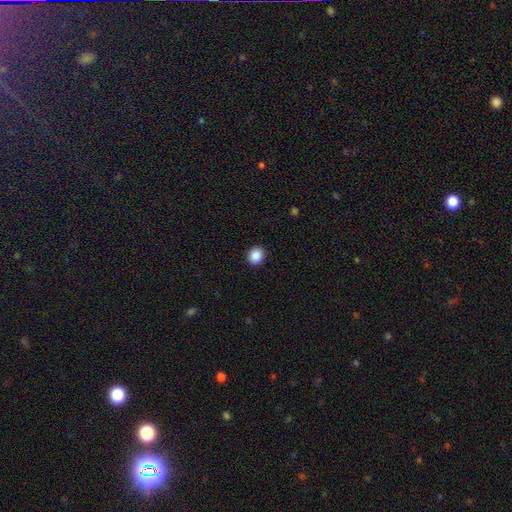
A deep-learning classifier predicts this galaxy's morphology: Smooth or featured: smooth — 88% (star or artifact — 9%)
How rounded: round — 76% (in between — 23%)
Merging: none — 92% (minor disturbance — 5%)